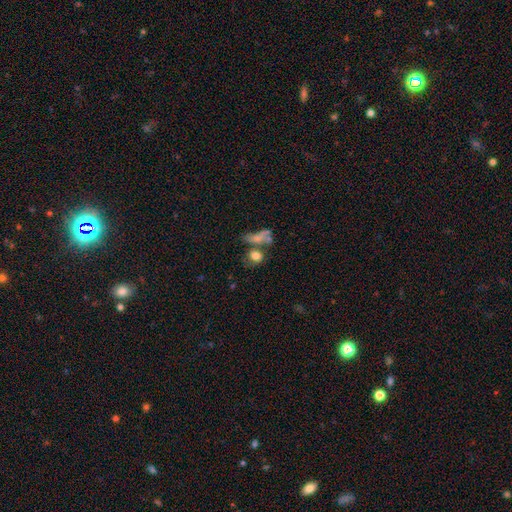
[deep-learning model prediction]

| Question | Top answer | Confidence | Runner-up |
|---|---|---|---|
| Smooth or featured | smooth | 74% | featured or disk (15%) |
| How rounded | round | 51% | in between (46%) |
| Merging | none | 38% | merger (34%) |